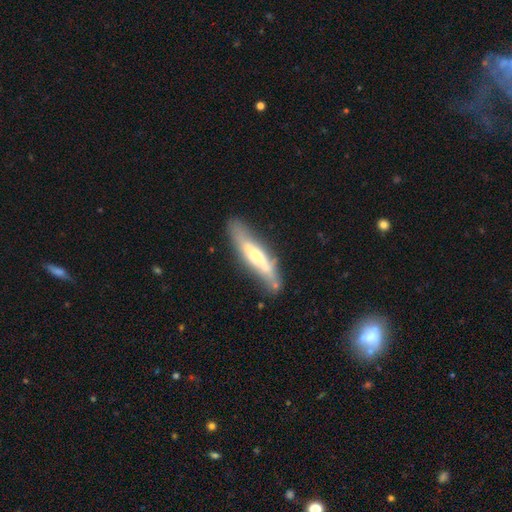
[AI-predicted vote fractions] smooth-or-featured: featured or disk: 50% | smooth: 44% | star or artifact: 6%
  merging: none: 65% | minor disturbance: 22% | major disturbance: 6% | merger: 6%